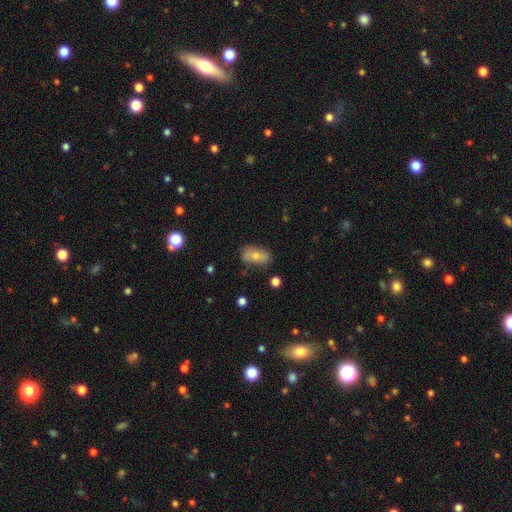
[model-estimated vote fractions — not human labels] Overall: smooth (66%). How rounded: in between (87%). Merging: none (68%).